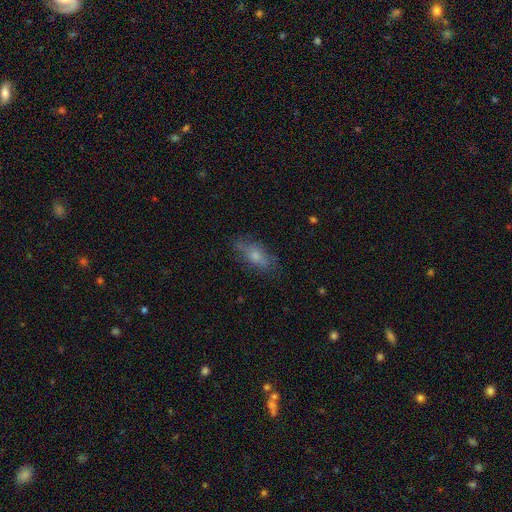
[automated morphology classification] Overall: smooth (64%; featured or disk 27%). How rounded: in between (75%). Merging: none (71%).